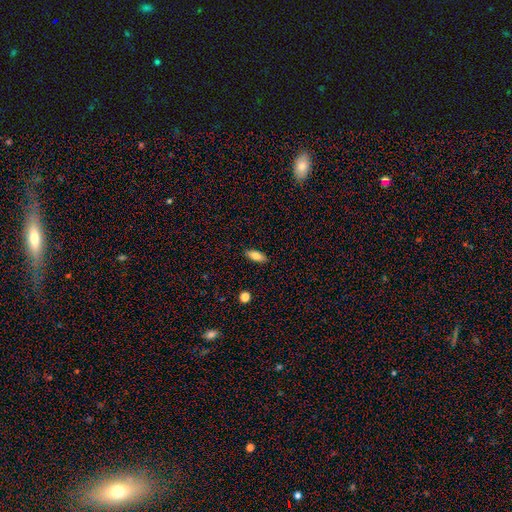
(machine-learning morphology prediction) This is clearly a smooth galaxy (80%). How rounded: likely in between (80%). Merging: clearly none (88%).